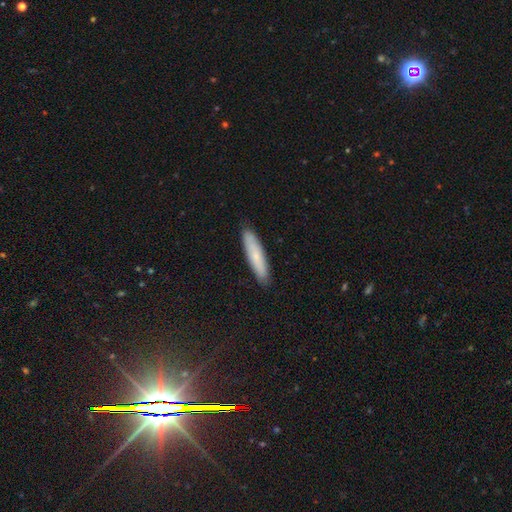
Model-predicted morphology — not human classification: Overall: smooth (70%). How rounded: cigar-shaped (83%). Merging: none (89%).